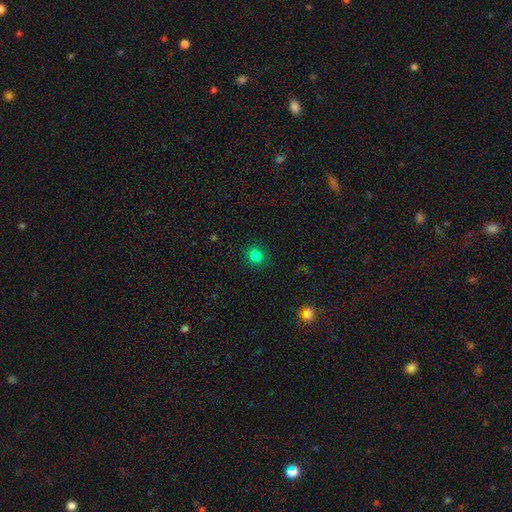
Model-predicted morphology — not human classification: A smooth galaxy with no disk features (82%) that is round (88%). Merging: none (90%).